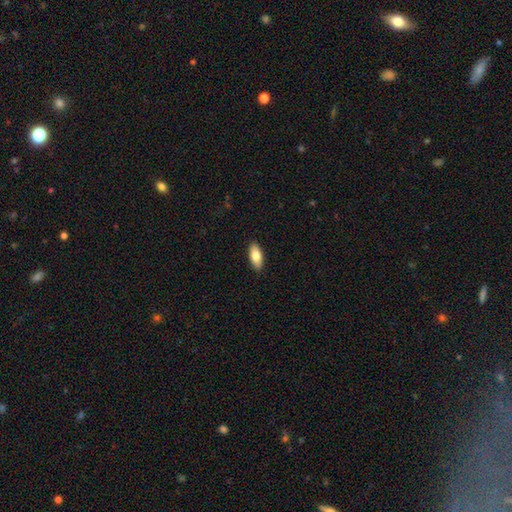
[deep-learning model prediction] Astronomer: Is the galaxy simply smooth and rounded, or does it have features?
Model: smooth — 80%.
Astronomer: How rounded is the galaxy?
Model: in between — 85%.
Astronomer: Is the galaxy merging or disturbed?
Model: none — 90%.